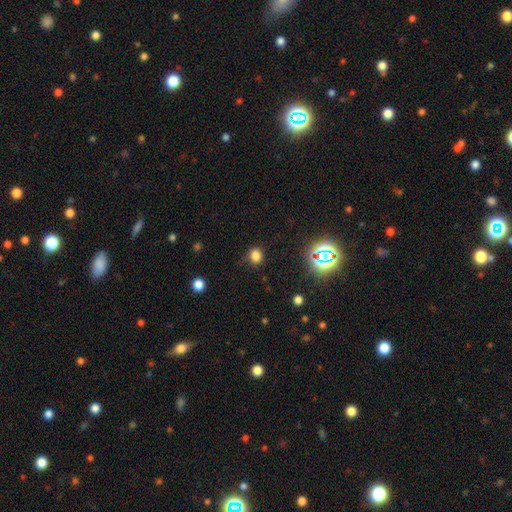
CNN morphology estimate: Q: Smooth or featured?
A: smooth (75%); runner-up: star or artifact (19%)
Q: How rounded?
A: round (66%); runner-up: in between (33%)
Q: Merging?
A: none (80%); runner-up: minor disturbance (14%)